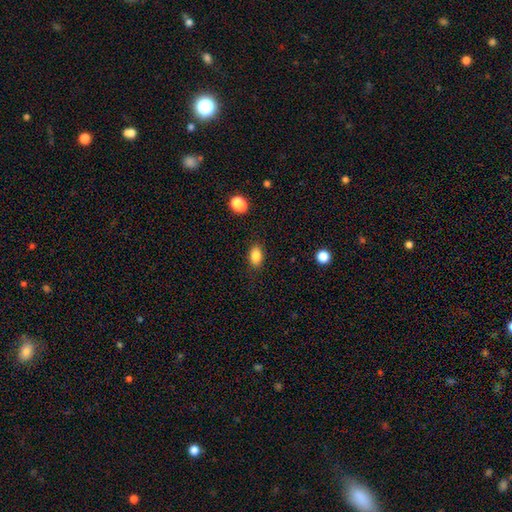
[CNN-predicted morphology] A smooth galaxy with no disk features (85%) that is in between round and cigar-shaped (86%).

Vote fractions:
- Smooth or featured? smooth: 85% / star or artifact: 9% / featured or disk: 6%
- How rounded? in between: 86% / round: 11% / cigar-shaped: 3%
- Merging? none: 84% / minor disturbance: 11% / major disturbance: 3% / merger: 2%